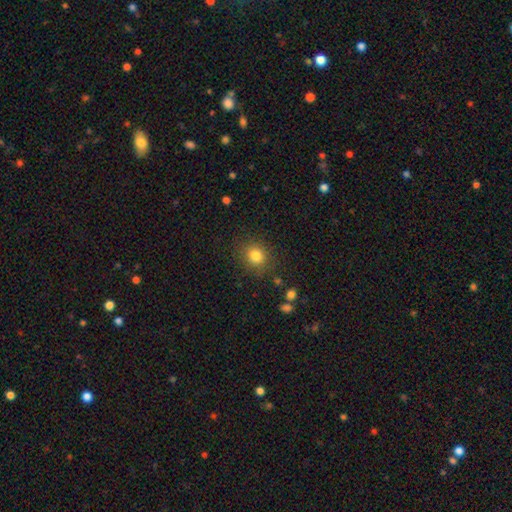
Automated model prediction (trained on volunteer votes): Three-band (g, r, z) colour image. It shows a smooth galaxy with no disk features (82%) that is round (80%). Merging: none (85%).